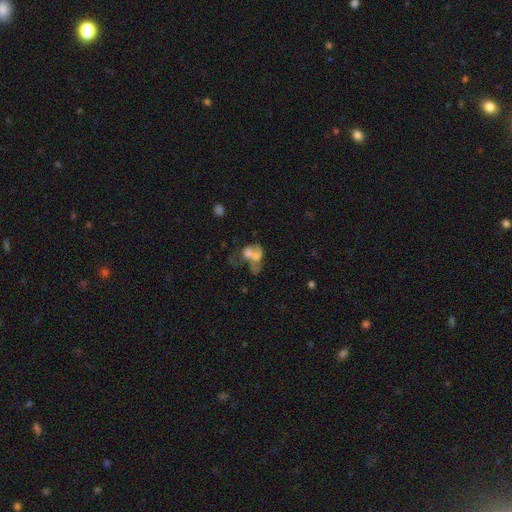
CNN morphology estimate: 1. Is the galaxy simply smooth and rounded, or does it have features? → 48% smooth, 39% featured or disk, 13% star or artifact.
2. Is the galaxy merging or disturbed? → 66% merger, 16% major disturbance, 12% none, 7% minor disturbance.